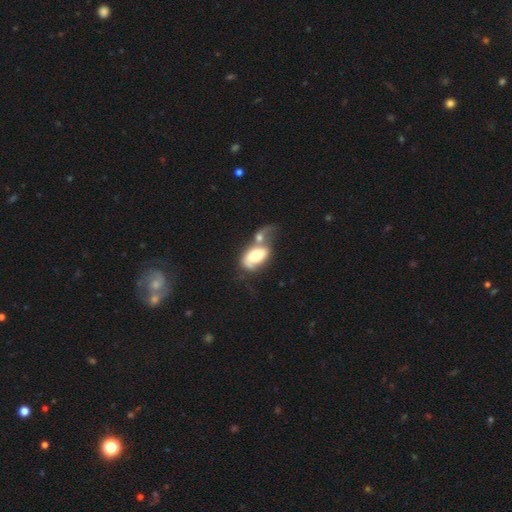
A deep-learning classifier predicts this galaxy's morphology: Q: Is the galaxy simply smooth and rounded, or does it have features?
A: smooth — 56%.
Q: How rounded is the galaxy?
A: in between — 90%.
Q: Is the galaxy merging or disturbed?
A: merger — 58%.